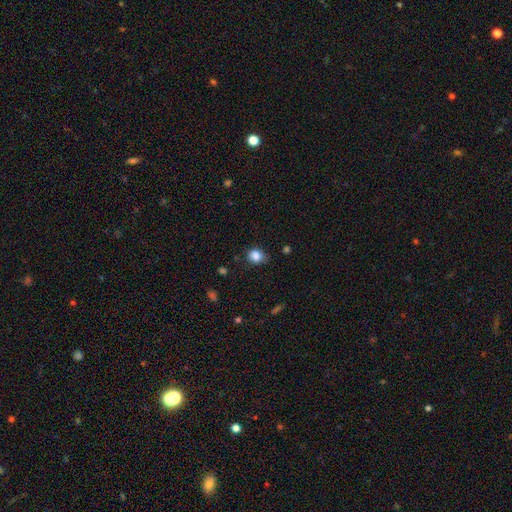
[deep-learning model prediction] Morphology: type=smooth (85%); roundness=round (66%); merging=none (71%).